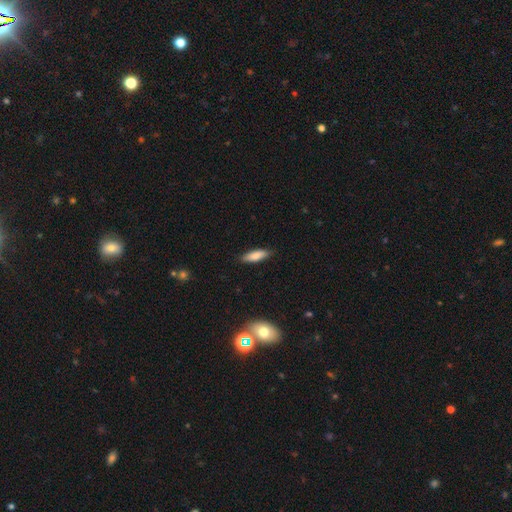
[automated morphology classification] Q: Smooth or featured?
A: smooth (81%); runner-up: featured or disk (12%)
Q: How rounded?
A: cigar-shaped (49%); tied with: in between (49%)
Q: Merging?
A: none (85%); runner-up: minor disturbance (11%)